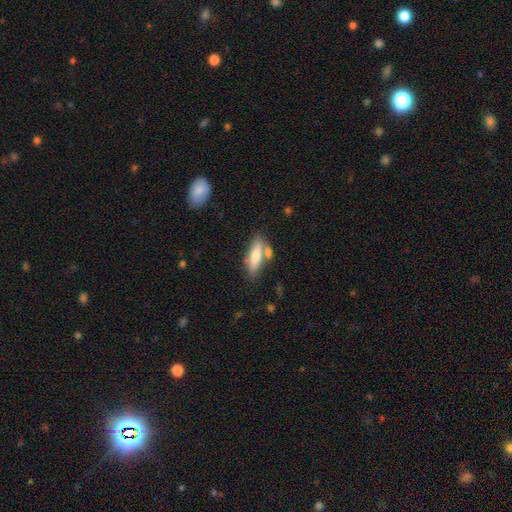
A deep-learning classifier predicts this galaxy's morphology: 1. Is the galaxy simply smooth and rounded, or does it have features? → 66% smooth, 27% featured or disk, 6% star or artifact.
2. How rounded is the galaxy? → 50% in between, 47% cigar-shaped, 3% round.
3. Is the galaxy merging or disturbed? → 61% none, 20% merger, 15% minor disturbance, 4% major disturbance.